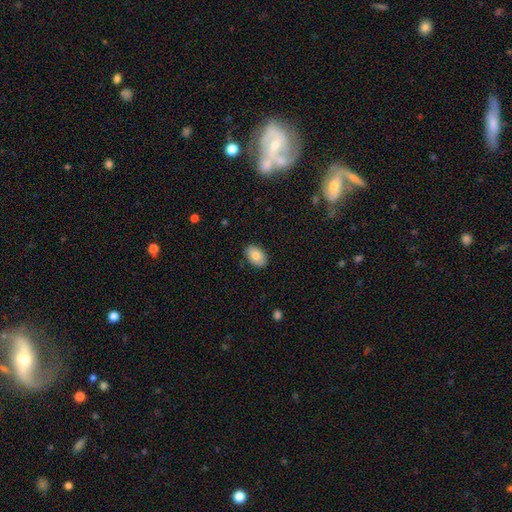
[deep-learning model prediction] Smooth or featured? smooth (81%)
How rounded? in between (91%)
Merging? none (87%)